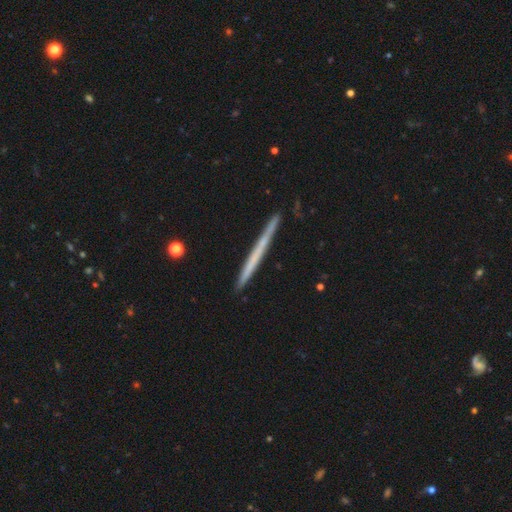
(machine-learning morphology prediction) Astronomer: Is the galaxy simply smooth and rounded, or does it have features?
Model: featured or disk — 51% (runner-up: smooth, 43%).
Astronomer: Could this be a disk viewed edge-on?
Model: yes — 97%.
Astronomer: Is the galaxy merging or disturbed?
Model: none — 90%.